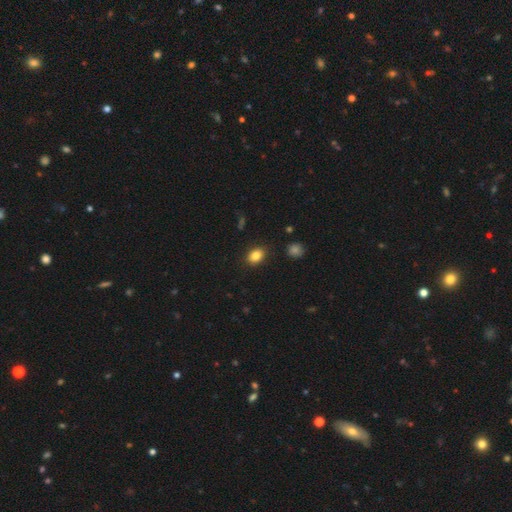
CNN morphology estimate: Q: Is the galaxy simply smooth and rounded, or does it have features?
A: smooth — 85%.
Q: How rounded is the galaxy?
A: in between — 75%.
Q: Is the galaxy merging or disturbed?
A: none — 87%.